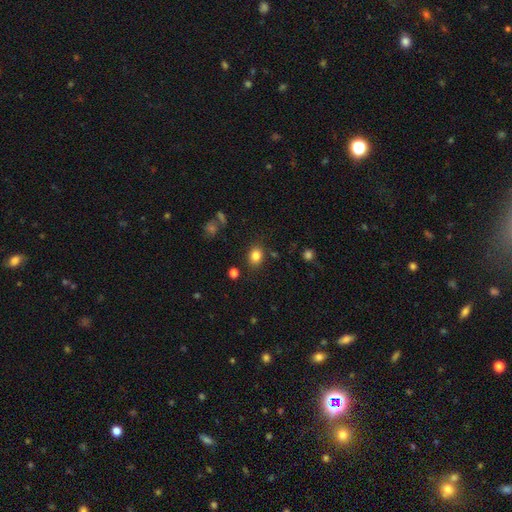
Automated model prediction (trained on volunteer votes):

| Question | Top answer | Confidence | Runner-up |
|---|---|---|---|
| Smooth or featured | smooth | 83% | star or artifact (11%) |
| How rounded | in between | 50% | round (49%) |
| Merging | none | 82% | minor disturbance (11%) |